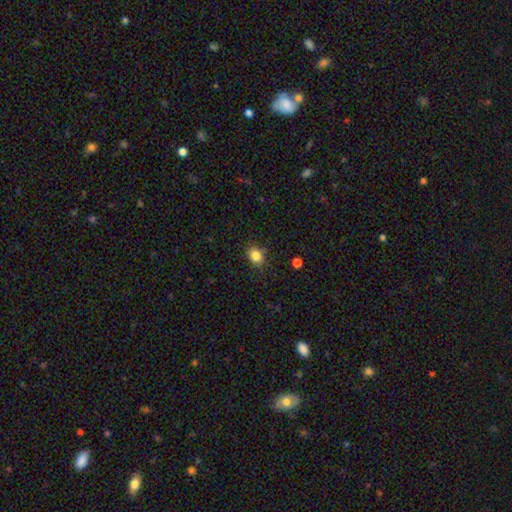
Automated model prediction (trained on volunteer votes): Q: Smooth or featured?
A: smooth (84%); runner-up: star or artifact (11%)
Q: How rounded?
A: round (50%); runner-up: in between (49%)
Q: Merging?
A: none (85%); runner-up: minor disturbance (11%)